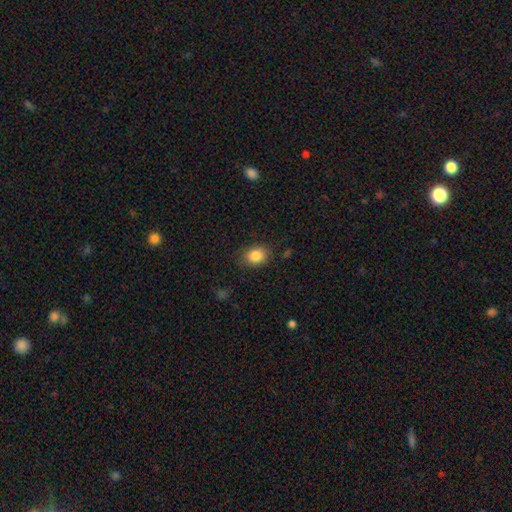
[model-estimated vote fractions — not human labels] A smooth galaxy with no disk features (85%) that is in between round and cigar-shaped (54%).

Vote fractions:
- Smooth or featured? smooth: 85% / star or artifact: 9% / featured or disk: 6%
- How rounded? in between: 54% / round: 45% / cigar-shaped: 1%
- Merging? none: 82% / minor disturbance: 13% / major disturbance: 4% / merger: 1%